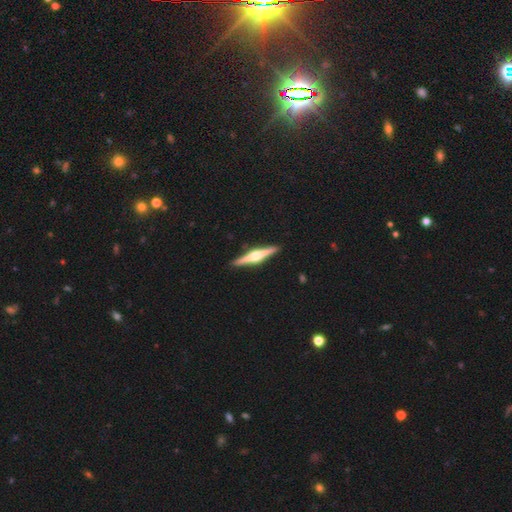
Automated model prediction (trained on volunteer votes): A featured or disk galaxy (78%) viewed edge-on (98%) with a rounded central bulge (92%).

Vote fractions:
- Smooth or featured? featured or disk: 78% / smooth: 17% / star or artifact: 5%
- Edge-on disk? yes: 98% / no: 2%
- Edge-on bulge? rounded: 92% / boxy: 6% / none: 3%
- Merging? none: 92% / minor disturbance: 6% / major disturbance: 1% / merger: 1%